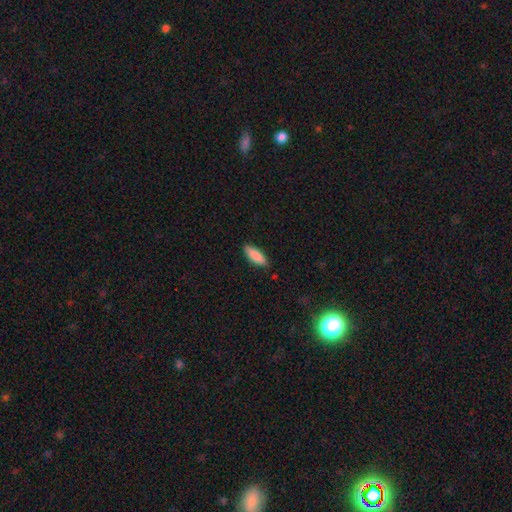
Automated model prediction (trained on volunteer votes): A smooth galaxy with no disk features (87%) that is in between round and cigar-shaped (61%).

Vote fractions:
- Smooth or featured? smooth: 87% / featured or disk: 7% / star or artifact: 6%
- How rounded? in between: 61% / cigar-shaped: 38% / round: 2%
- Merging? none: 86% / minor disturbance: 11% / major disturbance: 2% / merger: 1%